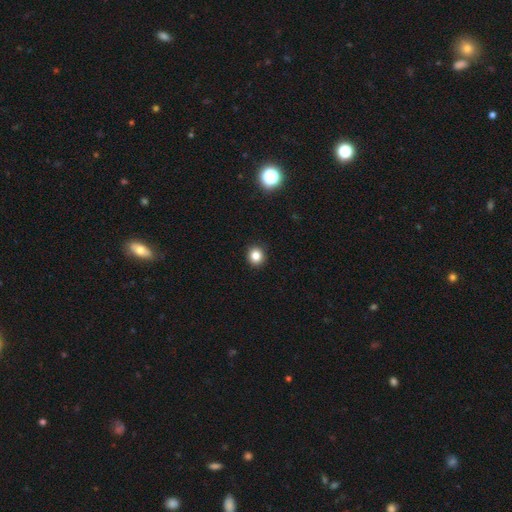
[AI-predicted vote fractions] Smooth or featured? smooth (83%)
How rounded? round (86%)
Merging? none (92%)